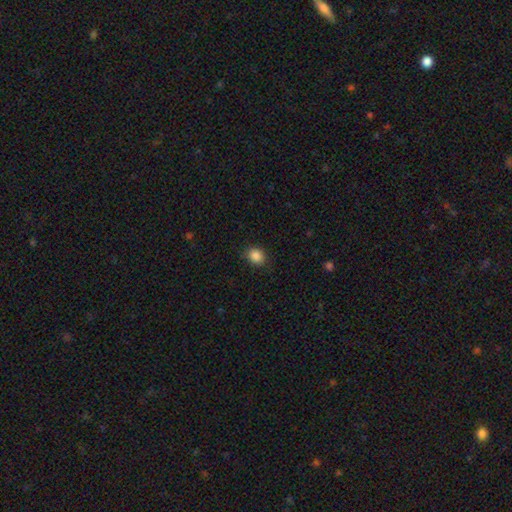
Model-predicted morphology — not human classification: smooth-or-featured: smooth: 87% | star or artifact: 9% | featured or disk: 3%
  how-rounded: round: 50% | in between: 49% | cigar-shaped: 1%
  merging: none: 85% | minor disturbance: 11% | major disturbance: 3% | merger: 1%